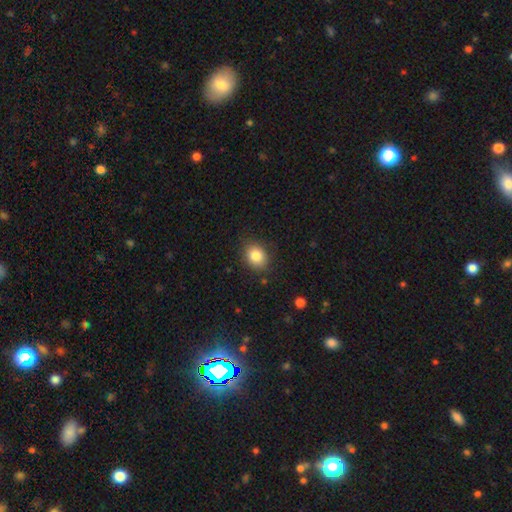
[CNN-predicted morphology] Q: Smooth or featured?
A: smooth (84%); runner-up: star or artifact (9%)
Q: How rounded?
A: round (56%); runner-up: in between (43%)
Q: Merging?
A: none (85%); runner-up: minor disturbance (11%)